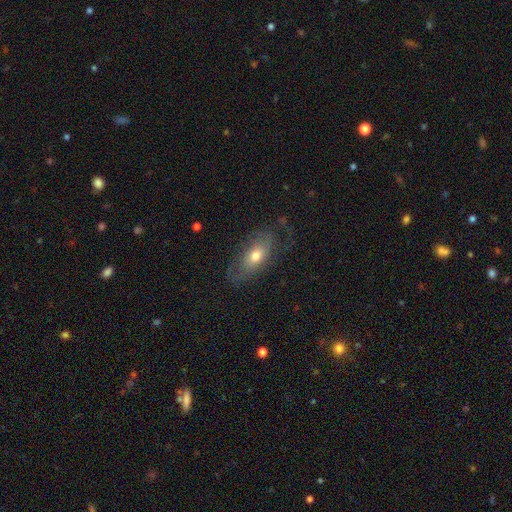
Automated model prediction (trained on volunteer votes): This appears to be a smooth galaxy with no disk features (49%). Merging: none (61%).